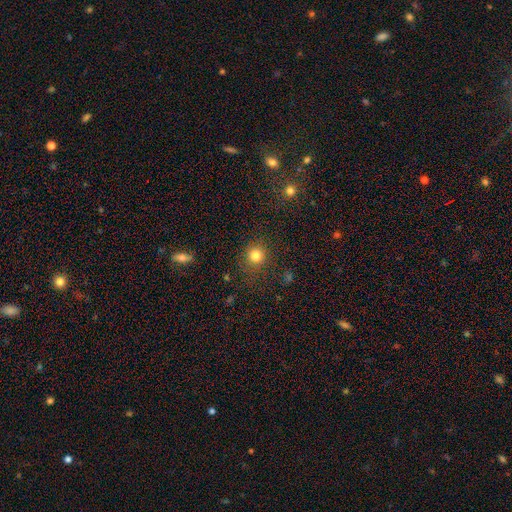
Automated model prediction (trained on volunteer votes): Overall: smooth (81%). How rounded: round (91%). Merging: none (86%).